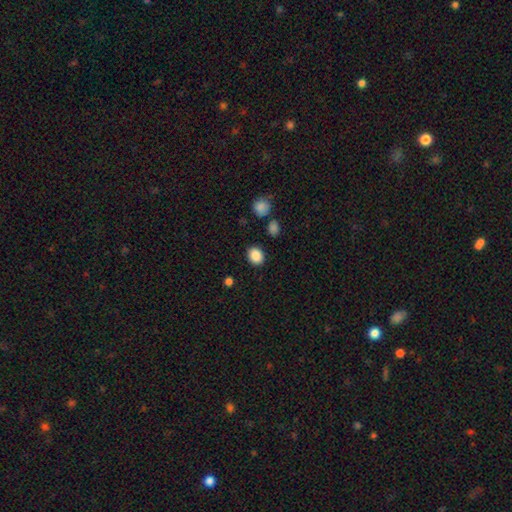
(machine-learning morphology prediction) Overall: smooth (88%). How rounded: round (56%; in between 43%). Merging: none (86%).